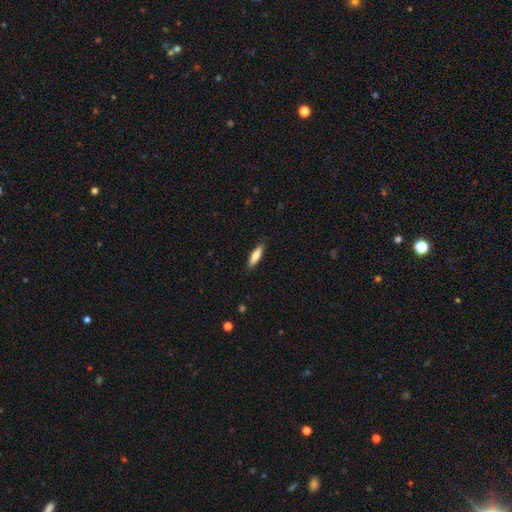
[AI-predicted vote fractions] Smooth or featured: smooth — 77% (featured or disk — 17%)
How rounded: cigar-shaped — 59% (in between — 39%)
Merging: none — 88% (minor disturbance — 9%)